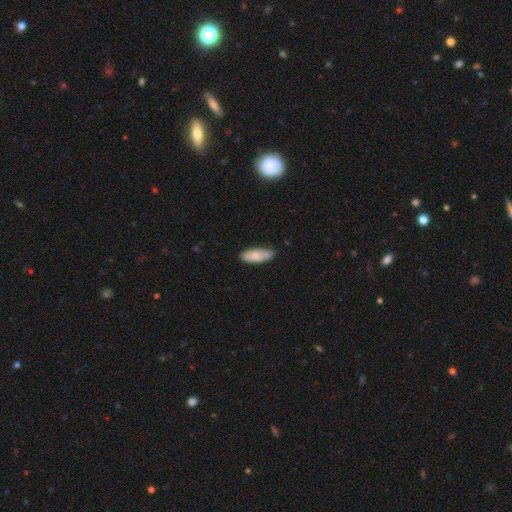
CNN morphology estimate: This is likely a smooth galaxy (76%). How rounded: likely in between (71%). Merging: likely none (76%).